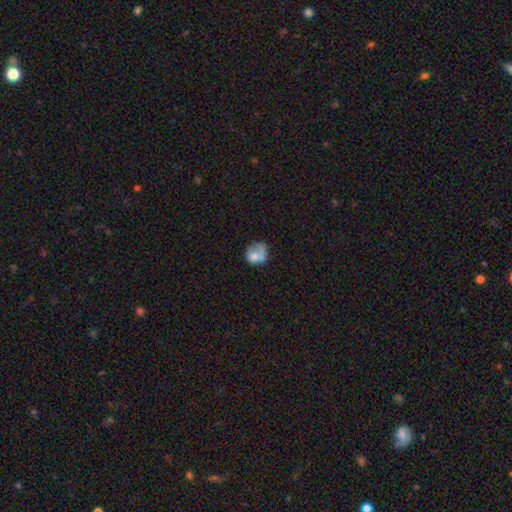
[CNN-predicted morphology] A smooth galaxy with no disk features (64%) that is round (58%). Merging: none (31%).